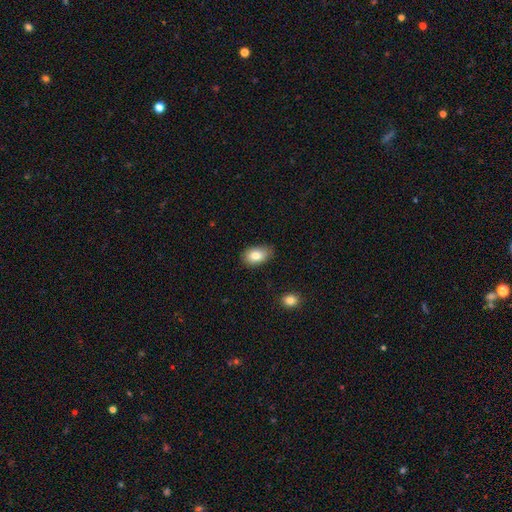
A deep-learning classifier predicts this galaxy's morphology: Overall: smooth (84%). How rounded: in between (87%). Merging: none (79%).